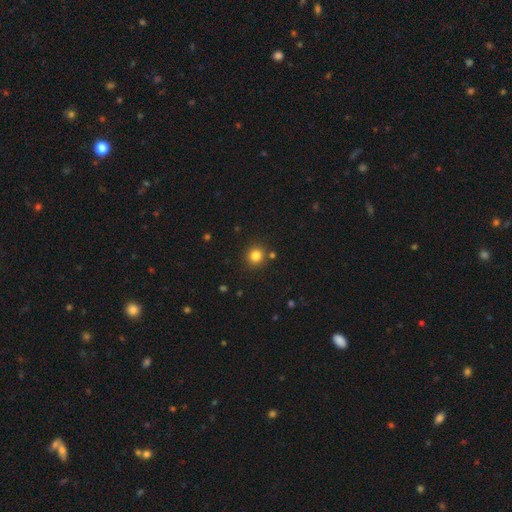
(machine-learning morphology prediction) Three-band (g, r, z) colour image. It shows a smooth galaxy with no disk features (82%) that is round (91%). Merging: none (85%).